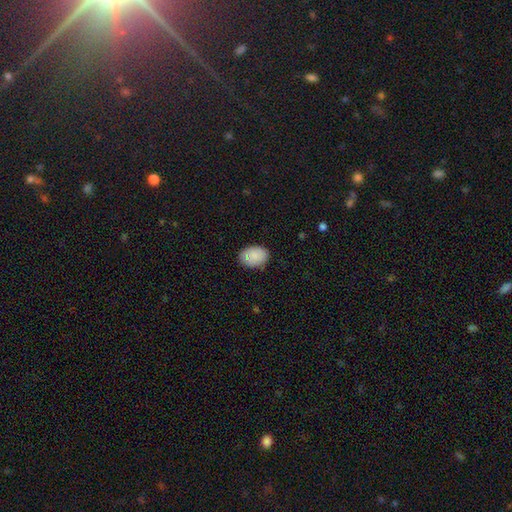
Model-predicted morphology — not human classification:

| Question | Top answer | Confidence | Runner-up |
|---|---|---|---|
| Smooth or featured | smooth | 84% | featured or disk (9%) |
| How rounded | in between | 81% | round (18%) |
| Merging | none | 82% | minor disturbance (13%) |